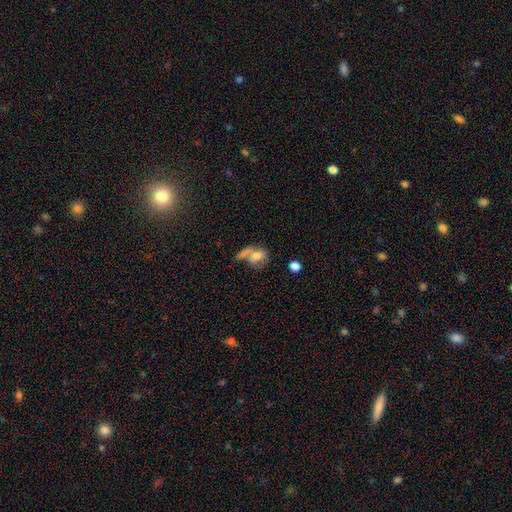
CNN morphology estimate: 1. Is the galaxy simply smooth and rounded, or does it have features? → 62% smooth, 27% featured or disk, 11% star or artifact.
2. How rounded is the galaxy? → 62% in between, 34% round, 4% cigar-shaped.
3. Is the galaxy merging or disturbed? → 37% merger, 31% none, 17% major disturbance, 15% minor disturbance.